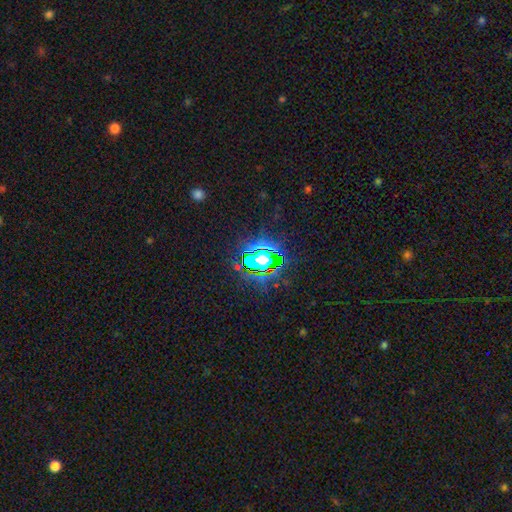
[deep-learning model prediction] Smooth or featured?
  - star or artifact: 82% *
  - smooth: 11%
  - featured or disk: 7%